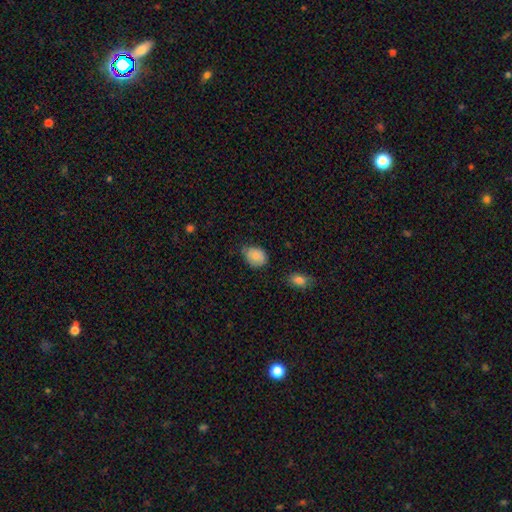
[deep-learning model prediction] smooth-or-featured: smooth: 84% | featured or disk: 9% | star or artifact: 8%
  how-rounded: in between: 58% | round: 41% | cigar-shaped: 1%
  merging: none: 60% | minor disturbance: 33% | major disturbance: 5% | merger: 2%